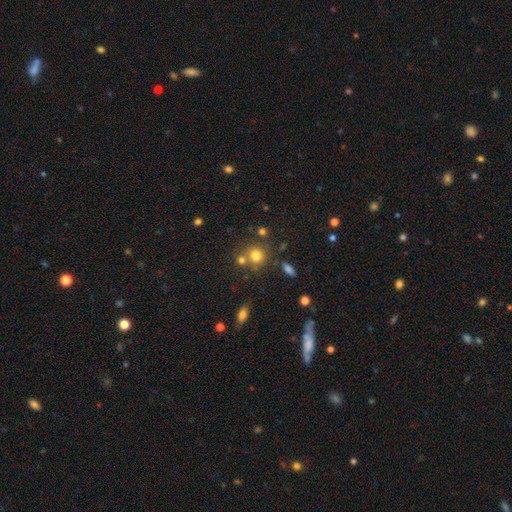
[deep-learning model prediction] Smooth or featured? smooth (76%)
How rounded? round (86%)
Merging? none (64%)